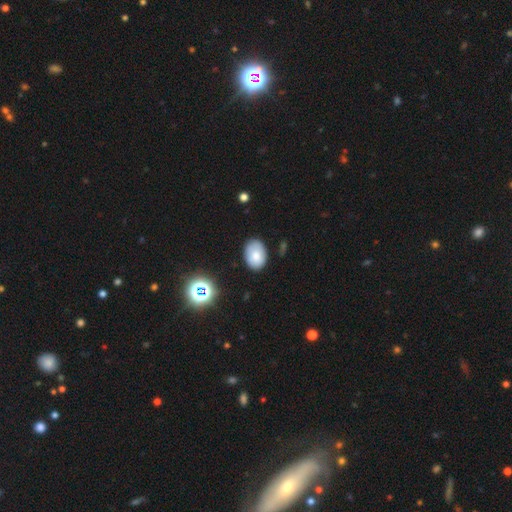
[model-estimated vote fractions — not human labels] smooth 77%, featured or disk 13%, star or artifact 10%. Down the decision tree: how rounded — in between (80%); merging — none (77%).